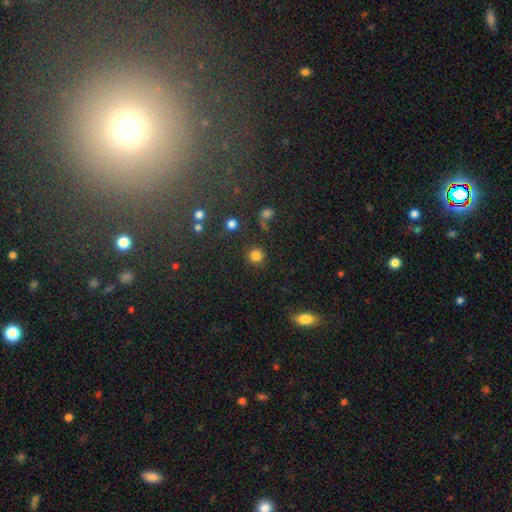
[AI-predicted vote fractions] smooth_or_featured: smooth (p=0.82) [alt: star or artifact p=0.14]
how_rounded: round (p=0.93) [alt: in between p=0.06]
merging: none (p=0.86) [alt: minor disturbance p=0.07]